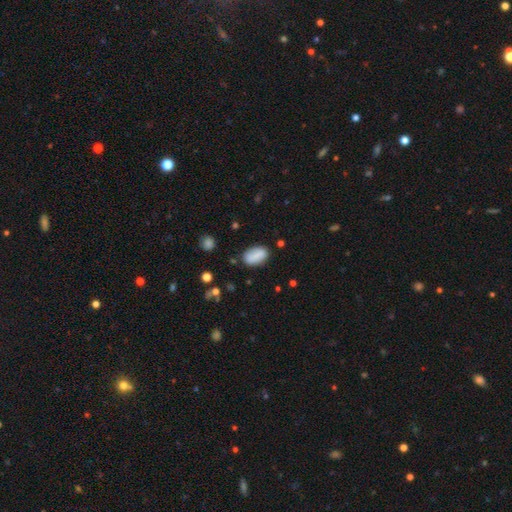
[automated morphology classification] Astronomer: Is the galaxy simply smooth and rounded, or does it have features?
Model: smooth — 81%.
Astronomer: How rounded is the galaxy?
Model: in between — 91%.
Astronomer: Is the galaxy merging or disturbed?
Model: none — 80%.